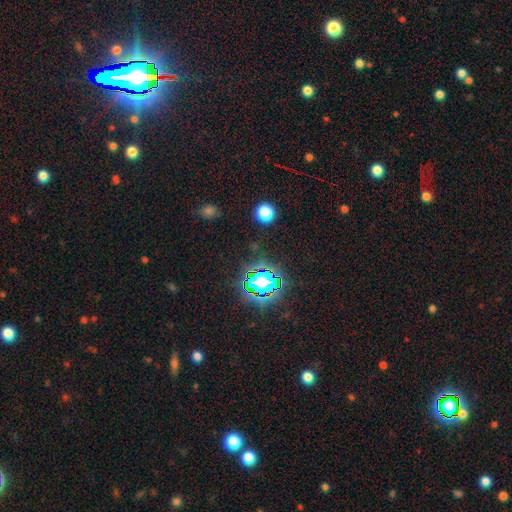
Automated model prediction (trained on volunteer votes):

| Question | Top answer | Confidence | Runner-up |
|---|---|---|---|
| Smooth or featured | star or artifact | 80% | smooth (12%) |